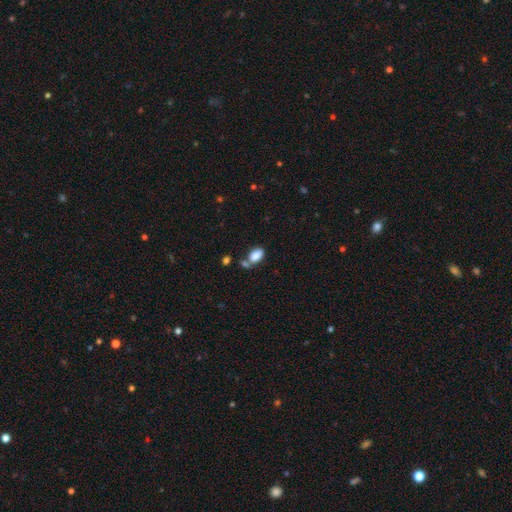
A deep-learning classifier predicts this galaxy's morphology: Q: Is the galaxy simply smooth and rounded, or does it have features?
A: smooth — 85%.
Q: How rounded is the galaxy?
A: in between — 91%.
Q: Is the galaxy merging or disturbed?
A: none — 49%.